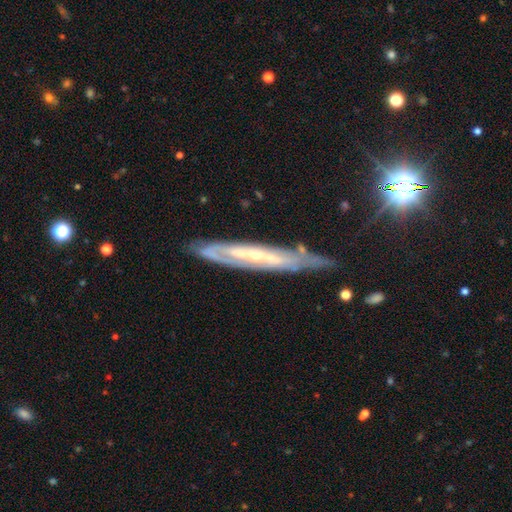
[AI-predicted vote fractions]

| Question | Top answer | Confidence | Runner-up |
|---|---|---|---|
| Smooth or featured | featured or disk | 80% | smooth (13%) |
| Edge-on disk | yes | 51% | no (49%) |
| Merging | none | 68% | minor disturbance (22%) |